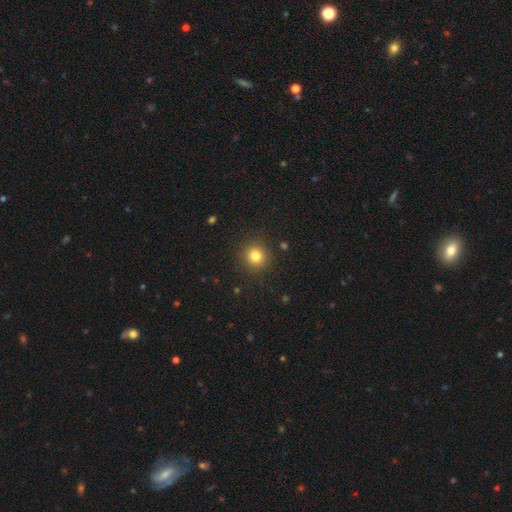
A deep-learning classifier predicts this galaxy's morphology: type=smooth (81%); roundness=round (91%); merging=none (90%).